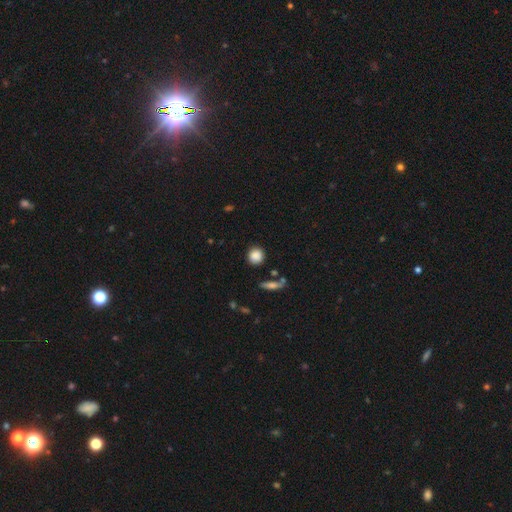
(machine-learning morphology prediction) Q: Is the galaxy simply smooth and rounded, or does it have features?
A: smooth — 86%.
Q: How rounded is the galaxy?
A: round — 88%.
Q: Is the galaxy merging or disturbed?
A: none — 83%.